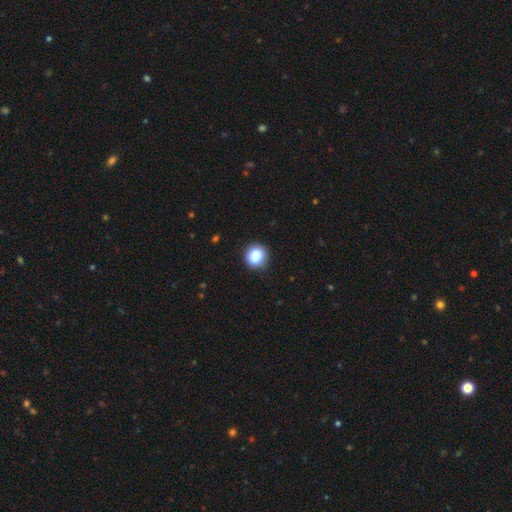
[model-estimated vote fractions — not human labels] Smooth or featured? Predicted: smooth (p=0.85). How rounded? Predicted: round (p=0.89). Merging? Predicted: none (p=0.88).